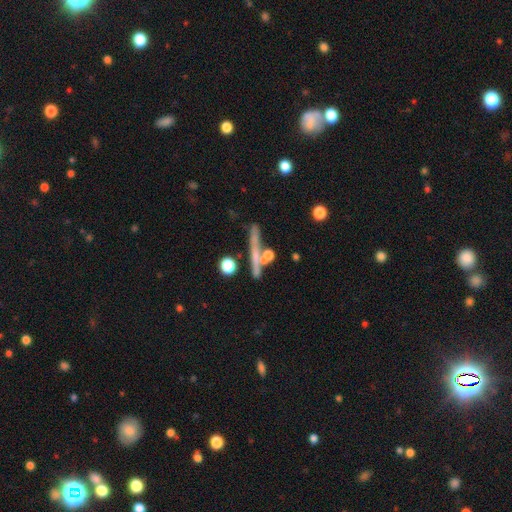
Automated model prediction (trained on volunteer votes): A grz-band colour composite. It shows a featured or disk galaxy (45%). Merging: none (68%).